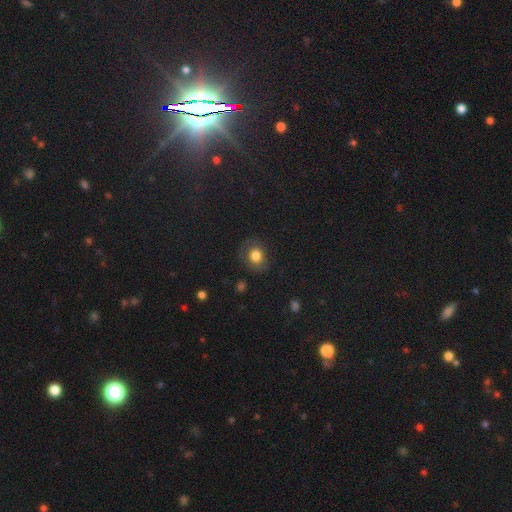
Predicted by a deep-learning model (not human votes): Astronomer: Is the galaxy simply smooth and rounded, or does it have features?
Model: smooth — 75%.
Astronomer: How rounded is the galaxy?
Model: round — 67%.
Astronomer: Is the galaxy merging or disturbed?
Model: none — 77%.